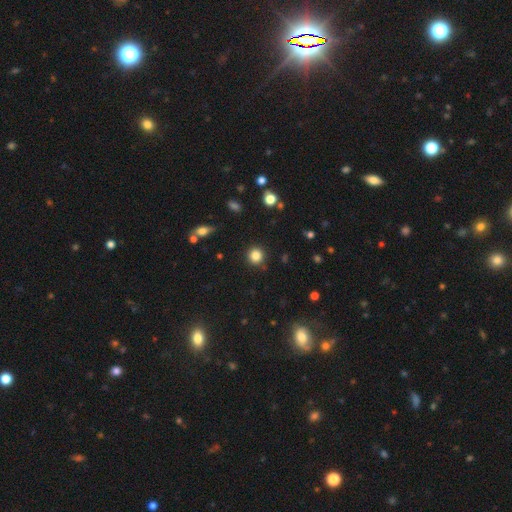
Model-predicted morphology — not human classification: type=smooth (84%); roundness=round (92%); merging=none (89%).